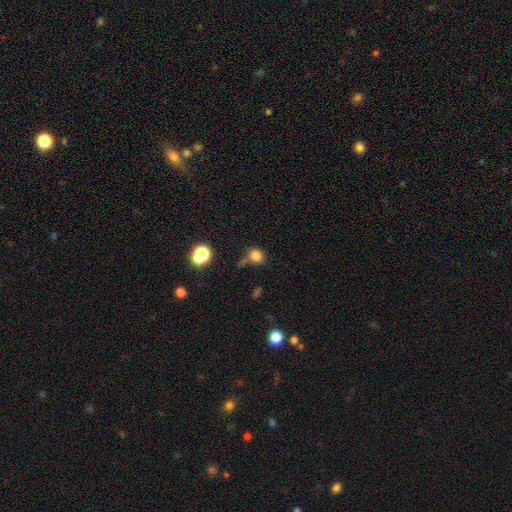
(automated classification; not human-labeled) A smooth galaxy with no disk features (78%) that is round (70%).

Vote fractions:
- Smooth or featured? smooth: 78% / star or artifact: 15% / featured or disk: 7%
- How rounded? round: 70% / in between: 29% / cigar-shaped: 1%
- Merging? none: 54% / minor disturbance: 21% / merger: 15% / major disturbance: 10%